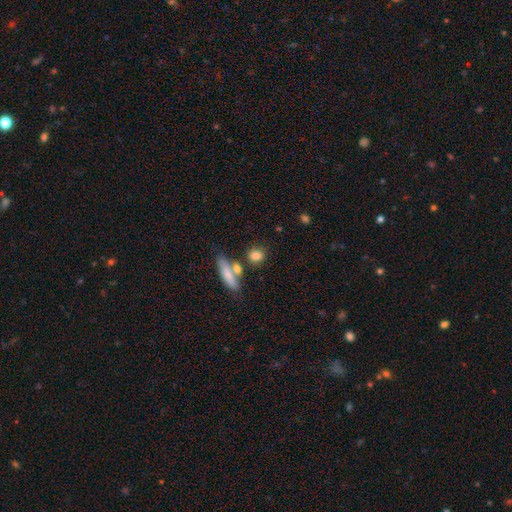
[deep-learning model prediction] smooth 81%, featured or disk 10%, star or artifact 9%. Down the decision tree: how rounded — round (57%); merging — none (63%).